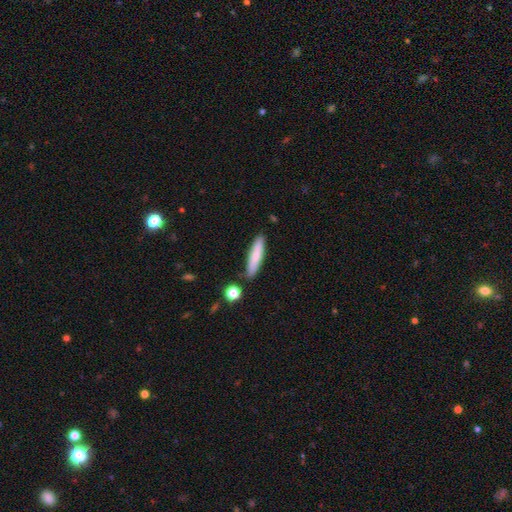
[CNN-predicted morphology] The model was most divided on "smooth or featured": smooth: 77%, featured or disk: 17%, star or artifact: 6%. More confident: merging — none (84%); how rounded — cigar-shaped (84%).